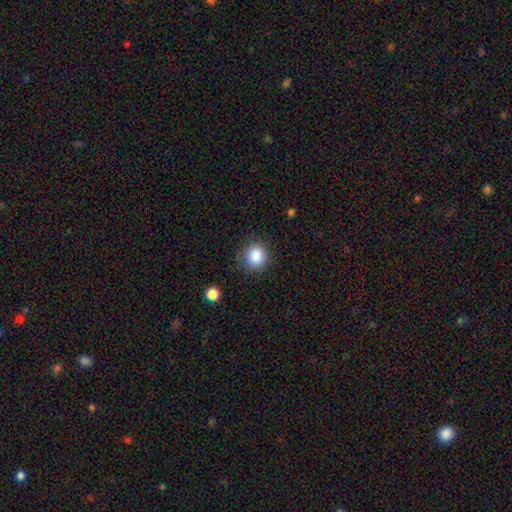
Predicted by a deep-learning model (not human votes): This is clearly a smooth galaxy (86%). How rounded: clearly round (89%). Merging: clearly none (83%).